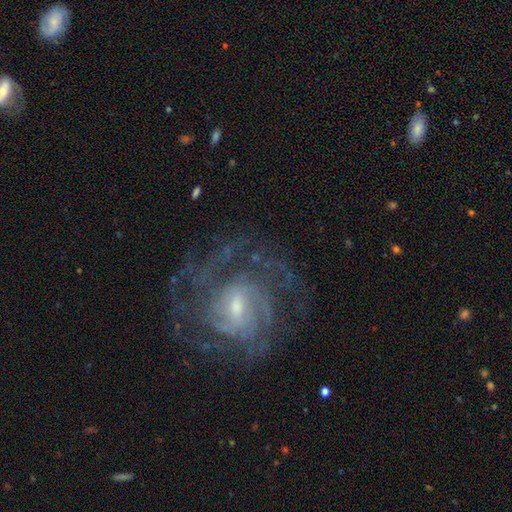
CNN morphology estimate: Overall: featured or disk (82%). Edge-on disk: no (97%). Bar: weak (46%; no 39%). Spiral arms: yes (94%). Spiral arm count: can't tell (36%; 2 23%). Spiral winding: tight (61%; medium 32%). Bulge size: small (59%; moderate 33%). Merging: none (75%).